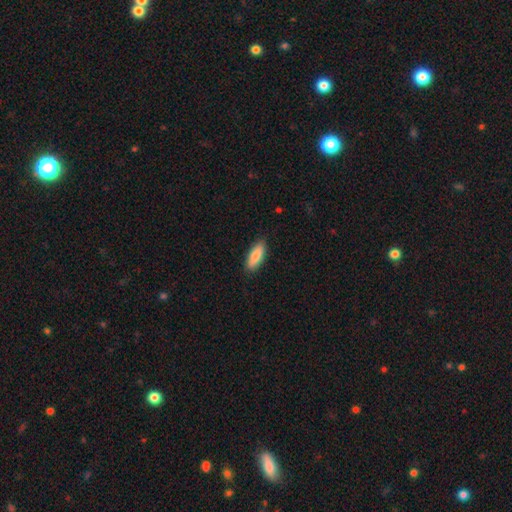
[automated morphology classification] smooth_or_featured: smooth (p=0.86) [alt: featured or disk p=0.08]
how_rounded: in between (p=0.66) [alt: cigar-shaped p=0.32]
merging: none (p=0.87) [alt: minor disturbance p=0.10]